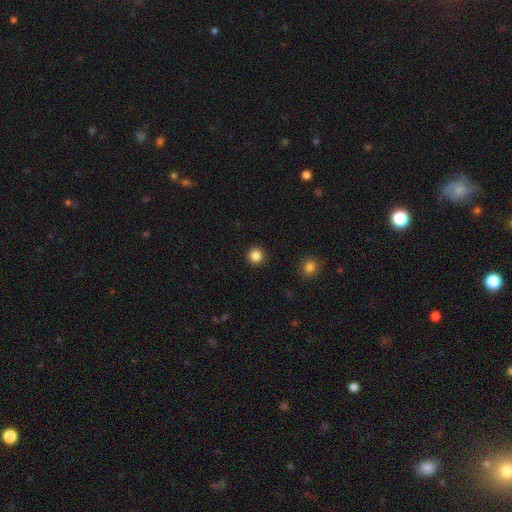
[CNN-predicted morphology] Smooth or featured: smooth — 85% (star or artifact — 12%)
How rounded: round — 95% (in between — 4%)
Merging: none — 93% (minor disturbance — 5%)